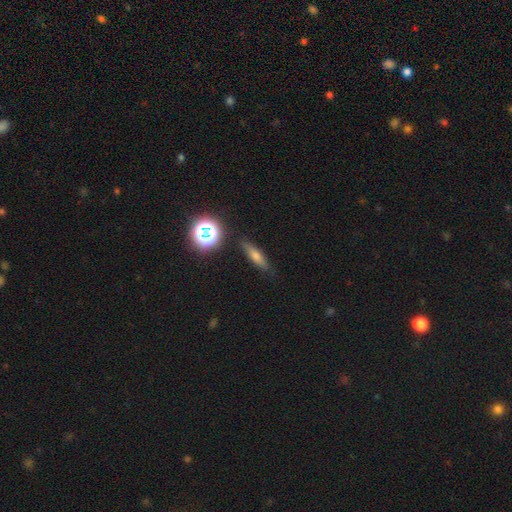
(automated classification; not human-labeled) This appears to be a smooth galaxy with no disk features (52%) that is cigar-shaped (68%). Merging: none (85%).